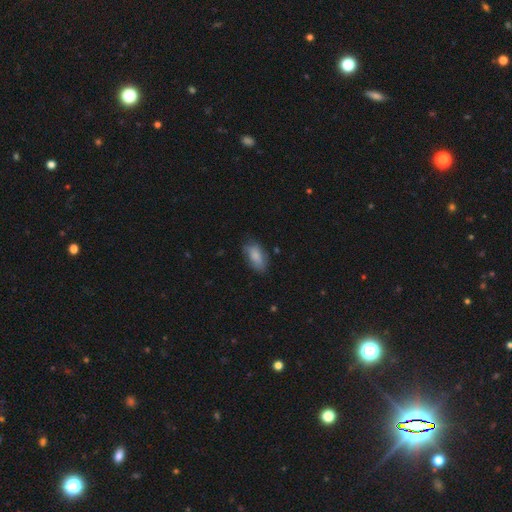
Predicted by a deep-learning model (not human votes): smooth-or-featured: smooth: 80% | featured or disk: 13% | star or artifact: 7%
  how-rounded: in between: 91% | cigar-shaped: 5% | round: 4%
  merging: none: 68% | minor disturbance: 24% | major disturbance: 6% | merger: 2%